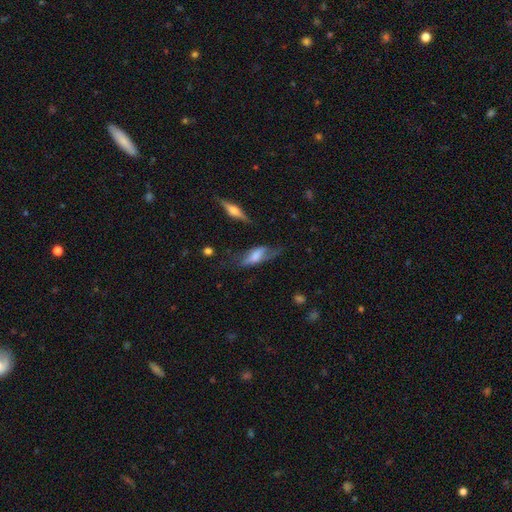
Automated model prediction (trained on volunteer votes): Smooth or featured?
  - smooth: 47% *
  - featured or disk: 45%
  - star or artifact: 8%
Merging?
  - none: 36% *
  - minor disturbance: 30%
  - major disturbance: 29%
  - merger: 5%